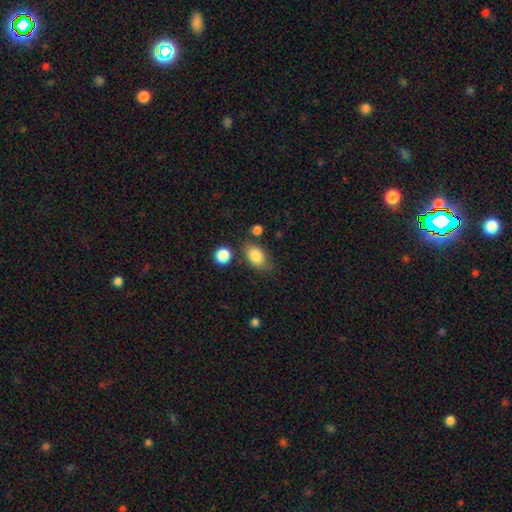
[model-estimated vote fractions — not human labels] Smooth or featured? smooth (84%)
How rounded? in between (83%)
Merging? none (69%)